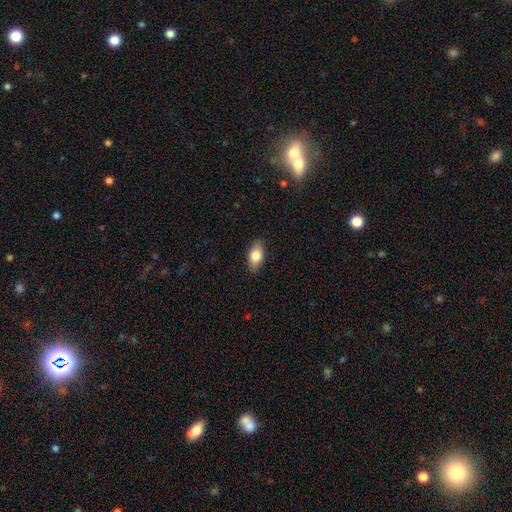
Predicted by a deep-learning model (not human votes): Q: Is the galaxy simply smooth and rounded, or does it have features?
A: smooth — 82%.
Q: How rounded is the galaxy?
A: in between — 91%.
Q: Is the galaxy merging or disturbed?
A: none — 87%.